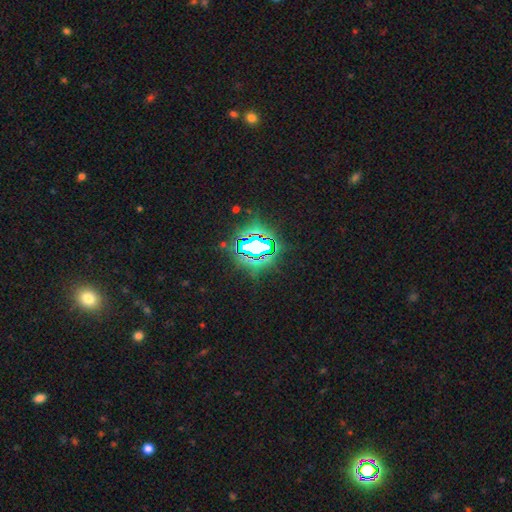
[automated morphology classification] Smooth or featured? star or artifact (82%)